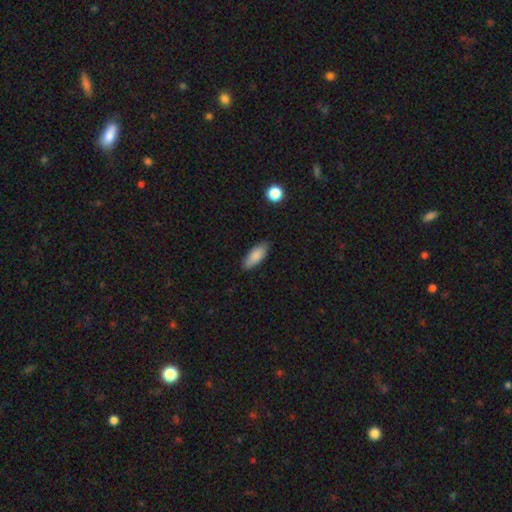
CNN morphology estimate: Smooth or featured? Predicted: smooth (p=0.85). How rounded? Predicted: in between (p=0.79). Merging? Predicted: none (p=0.83).